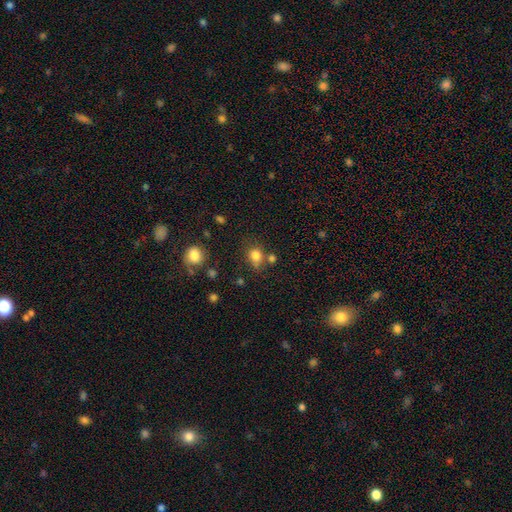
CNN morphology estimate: Q: Smooth or featured?
A: smooth (80%); runner-up: star or artifact (13%)
Q: How rounded?
A: round (64%); runner-up: in between (35%)
Q: Merging?
A: none (59%); runner-up: minor disturbance (18%)